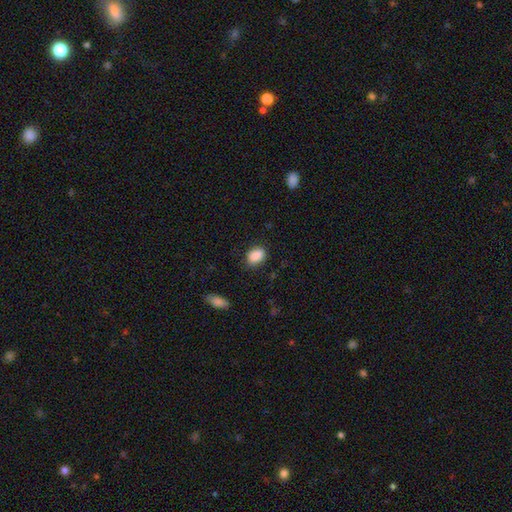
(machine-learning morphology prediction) This is clearly a smooth galaxy (88%). How rounded: likely in between (78%). Merging: likely none (80%).